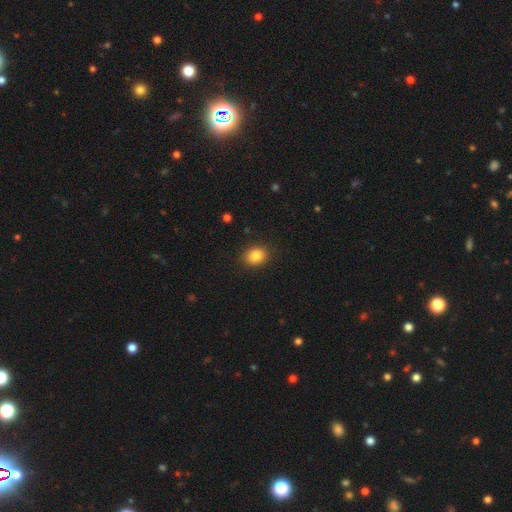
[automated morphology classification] Overall: smooth (86%). How rounded: round (55%; in between 44%). Merging: none (88%).